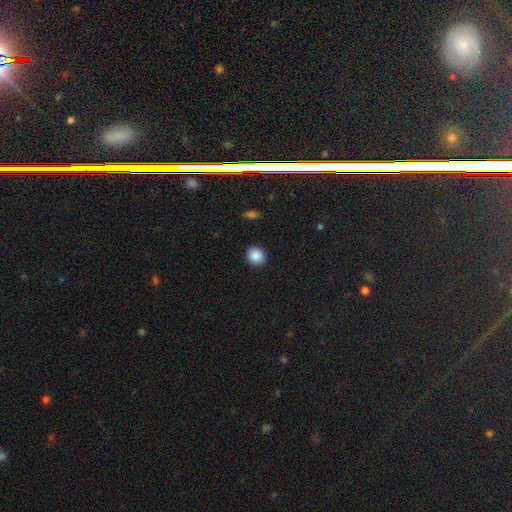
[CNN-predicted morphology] Smooth or featured: smooth — 88% (star or artifact — 9%)
How rounded: round — 78% (in between — 21%)
Merging: none — 91% (minor disturbance — 6%)